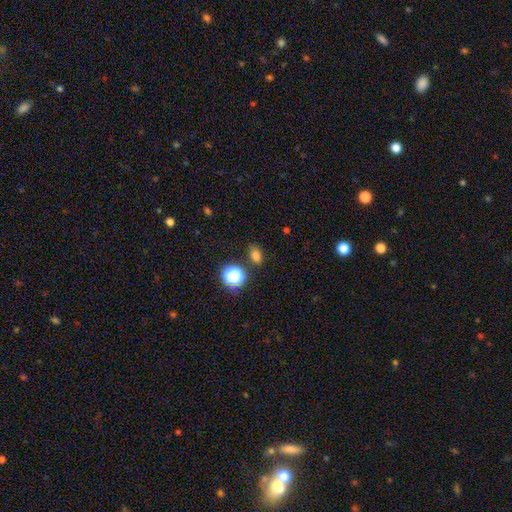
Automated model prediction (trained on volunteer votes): Smooth or featured?
  - smooth: 75% *
  - star or artifact: 20%
  - featured or disk: 5%
How rounded?
  - in between: 59% *
  - round: 39%
  - cigar-shaped: 1%
Merging?
  - none: 80% *
  - minor disturbance: 11%
  - merger: 5%
  - major disturbance: 3%